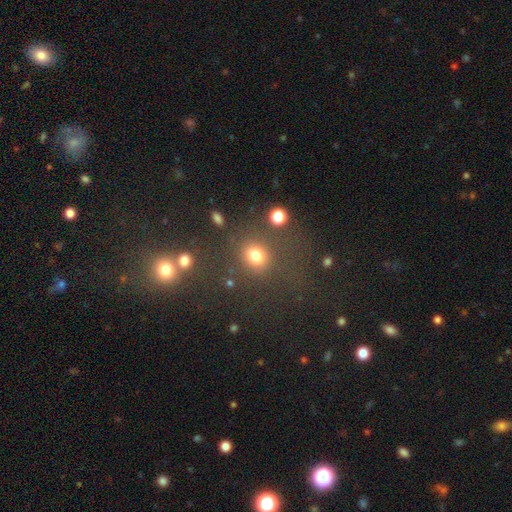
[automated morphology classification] Smooth or featured? smooth (77%)
How rounded? round (77%)
Merging? none (70%)